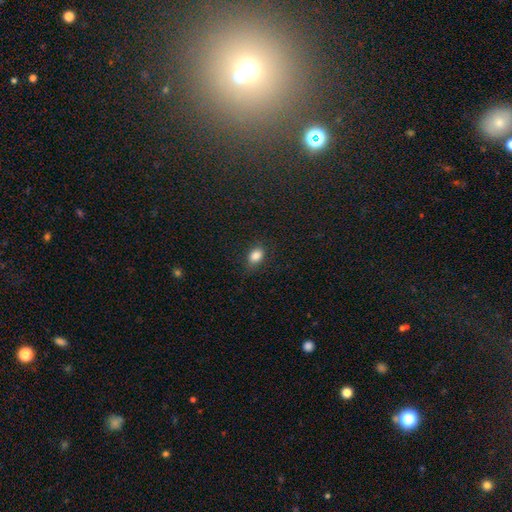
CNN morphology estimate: A smooth galaxy with no disk features (85%) that is in between round and cigar-shaped (79%). Merging: none (81%).